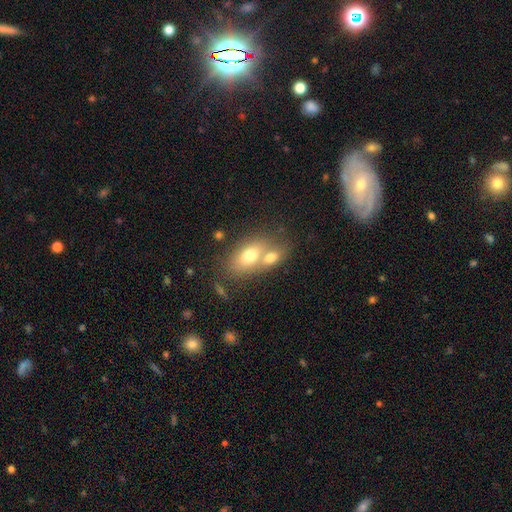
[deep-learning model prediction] The model was most divided on "merging" (2-way tie): merger: 42%, none: 42%, minor disturbance: 11%, major disturbance: 5%. More confident: how rounded — in between (82%); smooth or featured — smooth (60%).